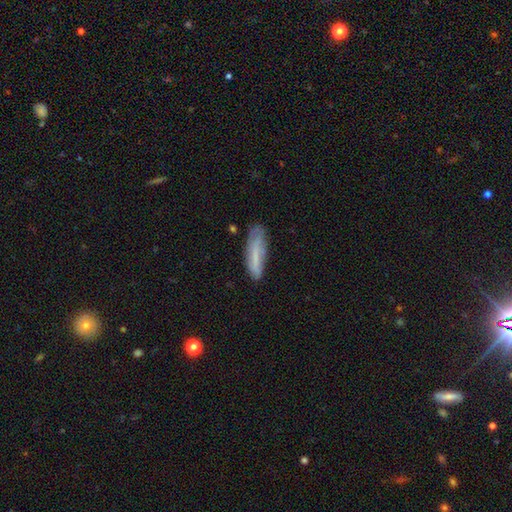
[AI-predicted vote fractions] The model was most divided on "smooth or featured": smooth: 58%, featured or disk: 33%, star or artifact: 8%. More confident: how rounded — cigar-shaped (63%); merging — none (60%).